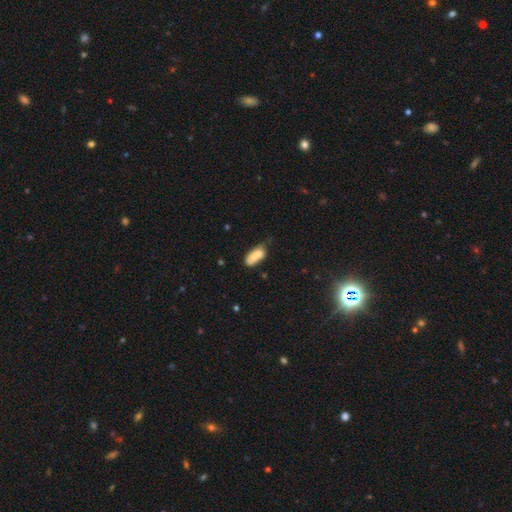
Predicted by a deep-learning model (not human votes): Q: Smooth or featured?
A: smooth (72%); runner-up: featured or disk (19%)
Q: How rounded?
A: in between (83%); runner-up: cigar-shaped (13%)
Q: Merging?
A: none (34%); runner-up: minor disturbance (31%)